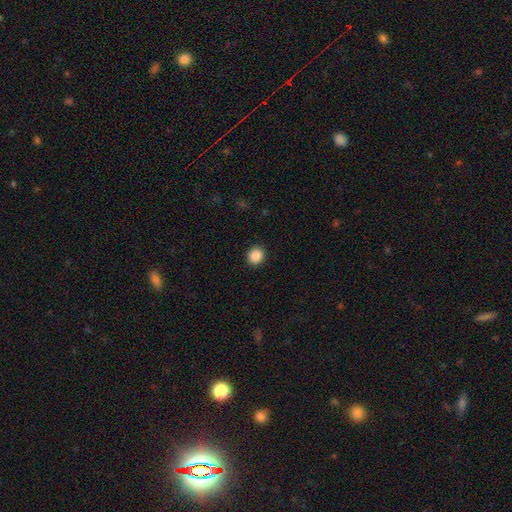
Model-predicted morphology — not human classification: smooth-or-featured: smooth: 88% | star or artifact: 9% | featured or disk: 3%
  how-rounded: round: 78% | in between: 21% | cigar-shaped: 1%
  merging: none: 91% | minor disturbance: 6% | major disturbance: 2% | merger: 1%